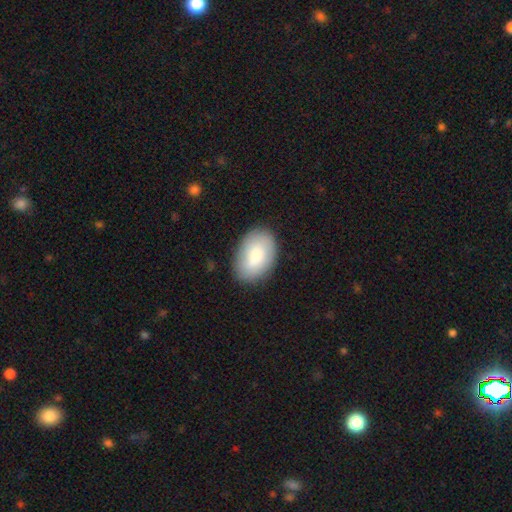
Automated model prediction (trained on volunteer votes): The model was most divided on "smooth or featured": smooth: 84%, featured or disk: 10%, star or artifact: 6%. More confident: how rounded — in between (90%); merging — none (86%).